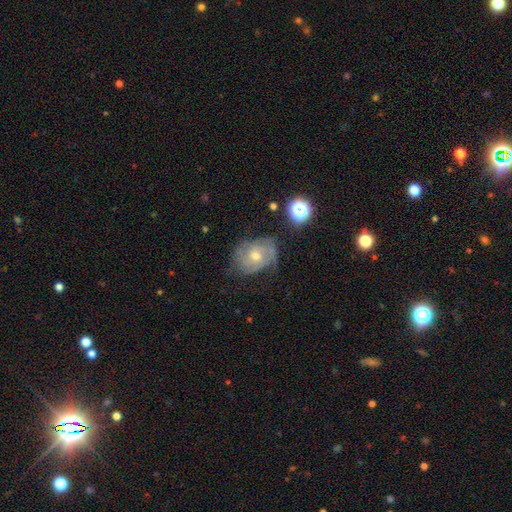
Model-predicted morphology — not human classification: smooth-or-featured: featured or disk: 66% | smooth: 24% | star or artifact: 11%
  disk-edge-on: no: 97% | yes: 3%
    bar: no: 74% | weak: 22% | strong: 3%
    has-spiral-arms: yes: 82% | no: 18%
      spiral-winding: tight: 52% | medium: 35% | loose: 13%
      spiral-arm-count: can't tell: 39% | 2: 32% | 3: 16% | 1: 5% | 4: 5% | more than 4: 3%
    bulge-size: moderate: 65% | small: 28% | large: 4% | none: 2% | dominant: 1%
  merging: none: 61% | minor disturbance: 25% | major disturbance: 11% | merger: 2%